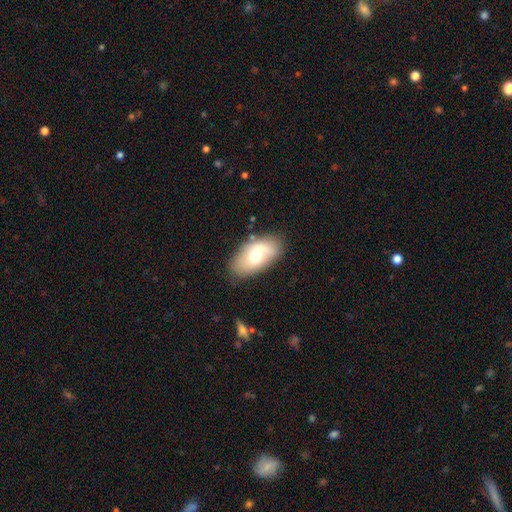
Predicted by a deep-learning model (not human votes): A smooth galaxy with no disk features (60%) that is in between round and cigar-shaped (91%).

Vote fractions:
- Smooth or featured? smooth: 60% / featured or disk: 32% / star or artifact: 8%
- How rounded? in between: 91% / round: 7% / cigar-shaped: 2%
- Merging? none: 70% / minor disturbance: 20% / major disturbance: 7% / merger: 3%